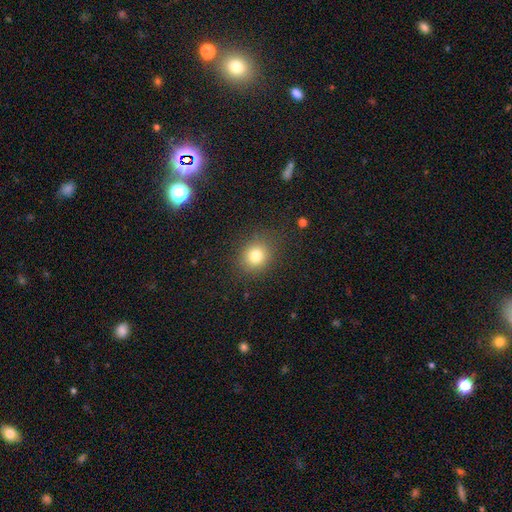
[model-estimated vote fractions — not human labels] smooth 79%, star or artifact 13%, featured or disk 8%. Down the decision tree: how rounded — round (75%); merging — none (85%).